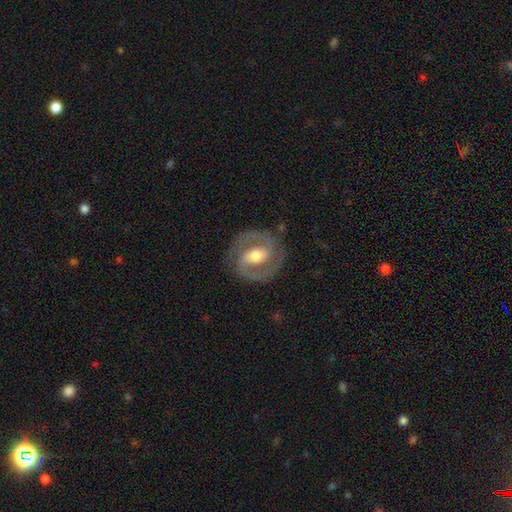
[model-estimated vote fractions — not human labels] Smooth or featured?
  - featured or disk: 88% *
  - smooth: 8%
  - star or artifact: 4%
Edge-on disk?
  - no: 98% *
  - yes: 2%
Bar?
  - weak: 43% *
  - strong: 36%
  - no: 22%
Spiral arms?
  - yes: 95% *
  - no: 5%
Spiral winding?
  - medium: 53% *
  - tight: 37%
  - loose: 10%
Spiral arm count?
  - 2: 93% *
  - can't tell: 3%
  - 1: 2%
  - 3: 1%
  - 4: 1%
  - more than 4: 1%
Bulge size?
  - moderate: 69% *
  - small: 16%
  - large: 12%
  - none: 1%
  - dominant: 1%
Merging?
  - none: 83% *
  - minor disturbance: 11%
  - major disturbance: 4%
  - merger: 1%